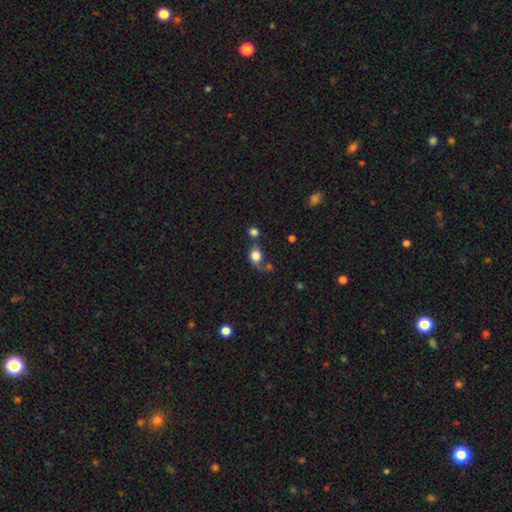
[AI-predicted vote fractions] Q: Smooth or featured?
A: smooth (76%); runner-up: featured or disk (13%)
Q: How rounded?
A: round (60%); runner-up: in between (38%)
Q: Merging?
A: none (36%); runner-up: merger (25%)